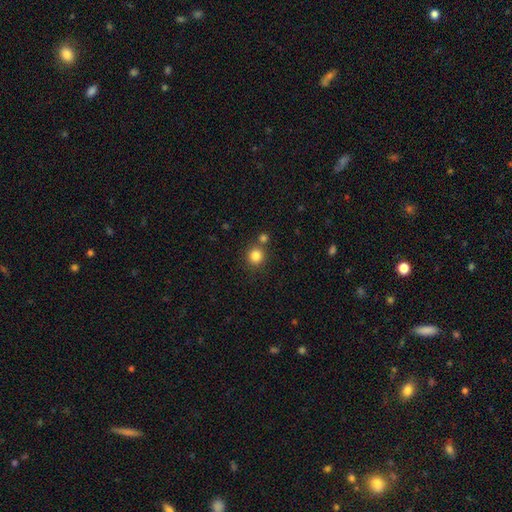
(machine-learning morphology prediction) A smooth galaxy with no disk features (83%) that is round (92%).

Vote fractions:
- Smooth or featured? smooth: 83% / star or artifact: 12% / featured or disk: 5%
- How rounded? round: 92% / in between: 7% / cigar-shaped: 1%
- Merging? none: 74% / merger: 16% / minor disturbance: 8% / major disturbance: 3%